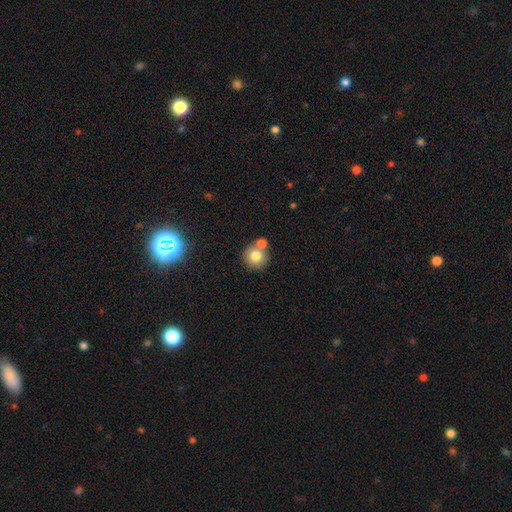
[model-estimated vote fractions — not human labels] smooth-or-featured: smooth: 77% | featured or disk: 12% | star or artifact: 11%
  how-rounded: round: 91% | in between: 8% | cigar-shaped: 1%
  merging: none: 58% | merger: 31% | minor disturbance: 9% | major disturbance: 3%